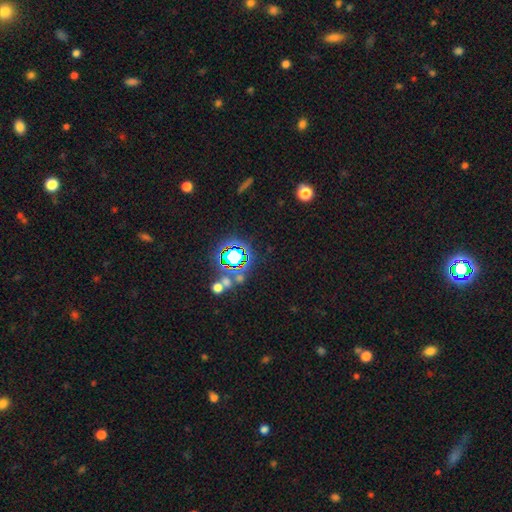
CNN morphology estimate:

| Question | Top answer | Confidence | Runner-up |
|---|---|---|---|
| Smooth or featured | star or artifact | 78% | smooth (14%) |